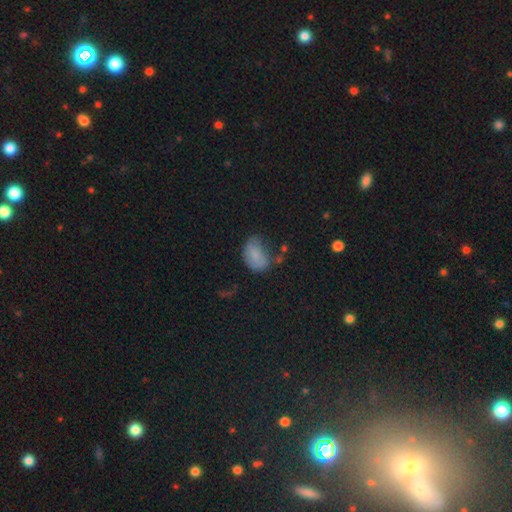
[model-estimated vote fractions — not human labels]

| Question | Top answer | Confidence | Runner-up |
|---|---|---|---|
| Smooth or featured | smooth | 78% | featured or disk (12%) |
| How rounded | in between | 86% | round (13%) |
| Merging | none | 43% | minor disturbance (35%) |